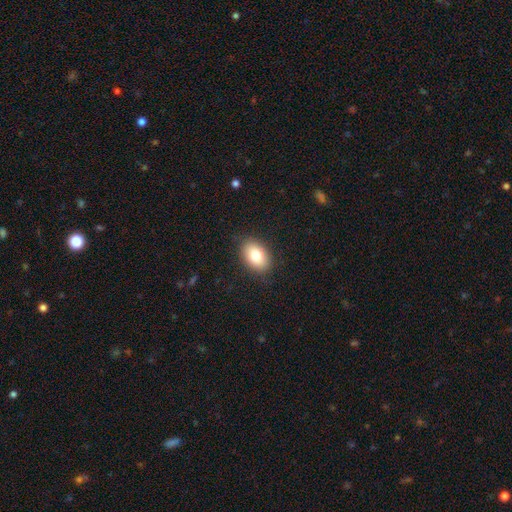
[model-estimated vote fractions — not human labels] Smooth or featured? Predicted: smooth (p=0.80). How rounded? Predicted: in between (p=0.86). Merging? Predicted: none (p=0.87).